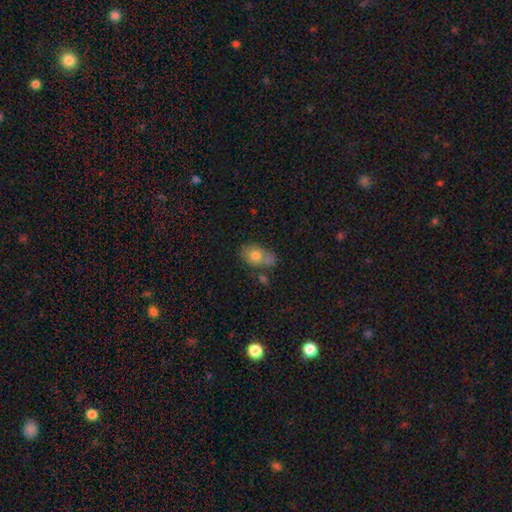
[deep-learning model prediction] A smooth galaxy with no disk features (71%) that is in between round and cigar-shaped (81%).

Vote fractions:
- Smooth or featured? smooth: 71% / featured or disk: 21% / star or artifact: 9%
- How rounded? in between: 81% / round: 17% / cigar-shaped: 2%
- Merging? none: 42% / minor disturbance: 27% / merger: 19% / major disturbance: 12%